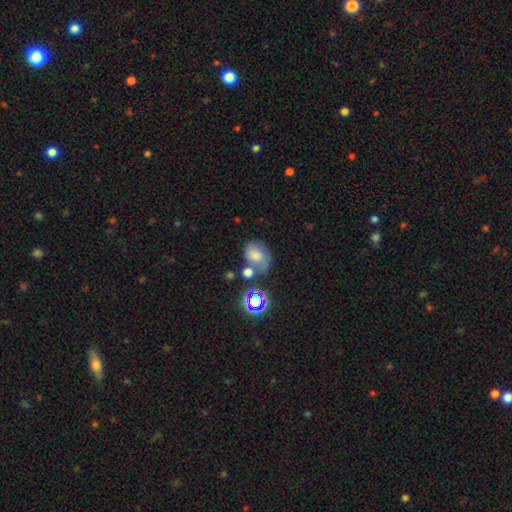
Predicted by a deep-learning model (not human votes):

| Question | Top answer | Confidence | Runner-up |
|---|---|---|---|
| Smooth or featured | smooth | 57% | featured or disk (25%) |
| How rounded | in between | 60% | round (39%) |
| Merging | none | 39% | minor disturbance (24%) |